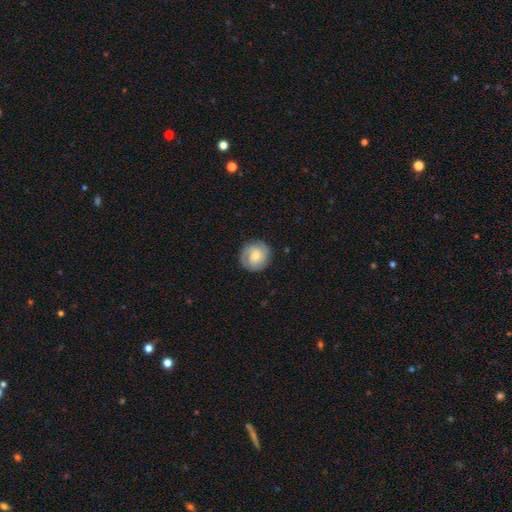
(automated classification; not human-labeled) smooth-or-featured: smooth: 52% | featured or disk: 41% | star or artifact: 7%
  how-rounded: round: 92% | in between: 7% | cigar-shaped: 1%
  merging: none: 85% | minor disturbance: 11% | major disturbance: 3% | merger: 1%